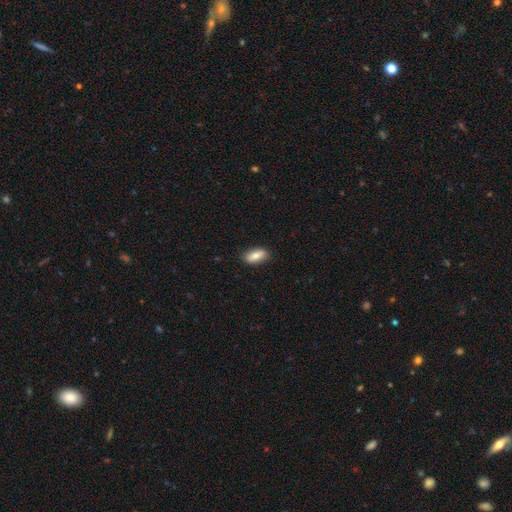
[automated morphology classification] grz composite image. It shows a smooth galaxy with no disk features (79%) that is in between round and cigar-shaped (85%). Merging: none (86%).